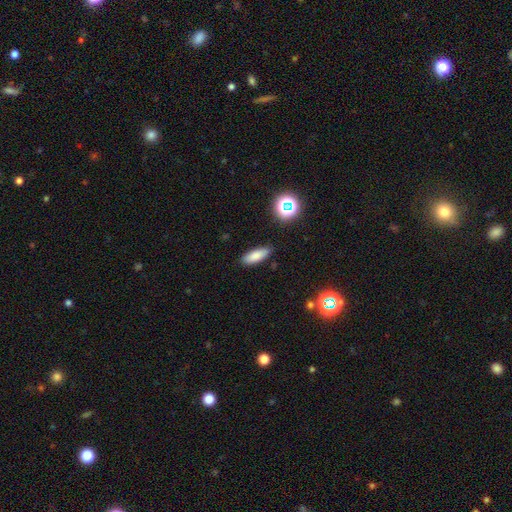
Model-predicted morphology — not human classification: type=smooth (82%); roundness=in between (66%); merging=none (86%).